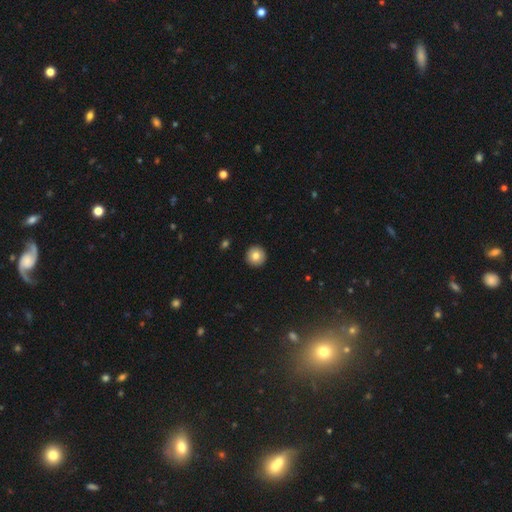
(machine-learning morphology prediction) A smooth galaxy with no disk features (81%) that is round (96%).

Vote fractions:
- Smooth or featured? smooth: 81% / featured or disk: 10% / star or artifact: 9%
- How rounded? round: 96% / in between: 3% / cigar-shaped: 1%
- Merging? none: 94% / minor disturbance: 4% / major disturbance: 1% / merger: 1%